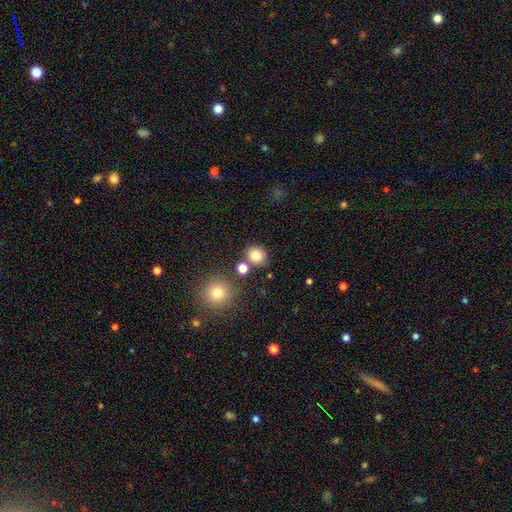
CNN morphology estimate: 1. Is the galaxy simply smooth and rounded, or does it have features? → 80% smooth, 13% star or artifact, 7% featured or disk.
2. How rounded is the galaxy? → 80% round, 19% in between, 1% cigar-shaped.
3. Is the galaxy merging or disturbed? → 78% none, 10% merger, 9% minor disturbance, 3% major disturbance.